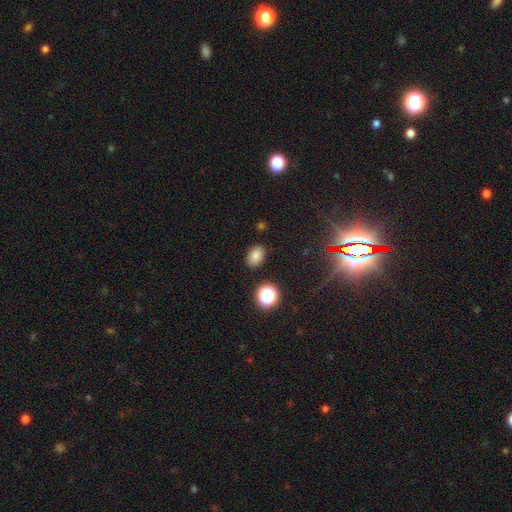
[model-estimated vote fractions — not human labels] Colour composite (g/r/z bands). It shows a smooth galaxy with no disk features (80%) that is in between round and cigar-shaped (81%). Merging: none (86%).